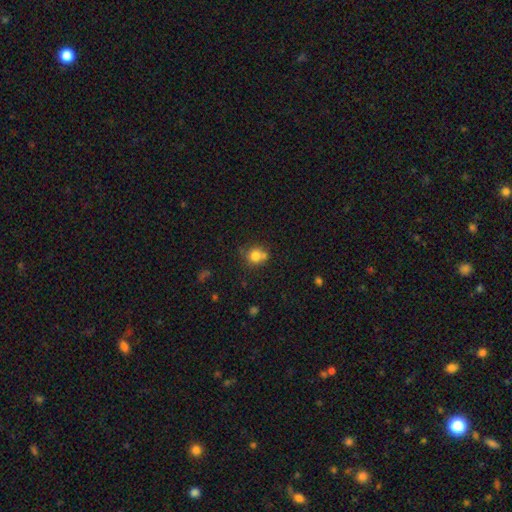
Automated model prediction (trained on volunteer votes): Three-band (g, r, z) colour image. It shows a smooth galaxy with no disk features (77%) that is round (83%). Merging: none (56%).